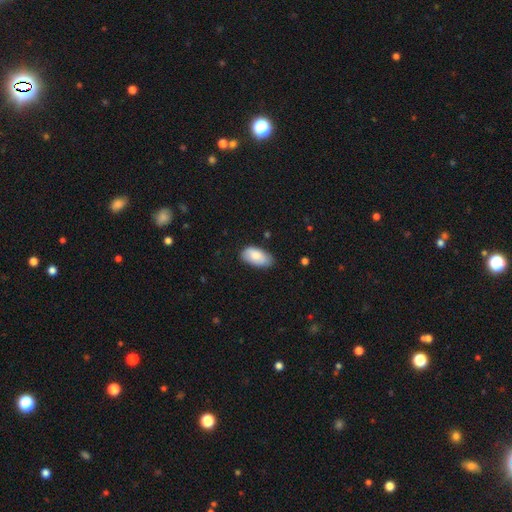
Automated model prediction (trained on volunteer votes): Overall: smooth (82%). How rounded: in between (95%). Merging: none (70%).